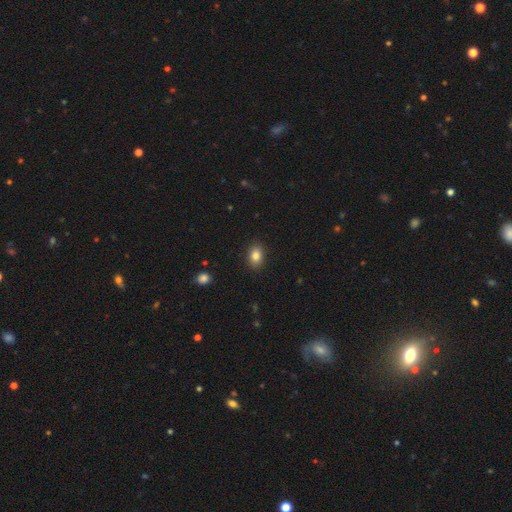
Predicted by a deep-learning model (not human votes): This appears to be a smooth galaxy with no disk features (84%) that is in between round and cigar-shaped (74%). Merging: none (88%).